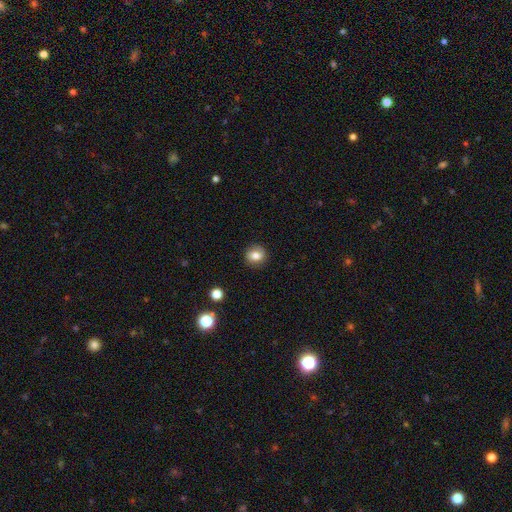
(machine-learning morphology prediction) smooth-or-featured: smooth: 74% | featured or disk: 15% | star or artifact: 11%
  how-rounded: round: 77% | in between: 22% | cigar-shaped: 1%
  merging: none: 86% | minor disturbance: 10% | major disturbance: 3% | merger: 1%